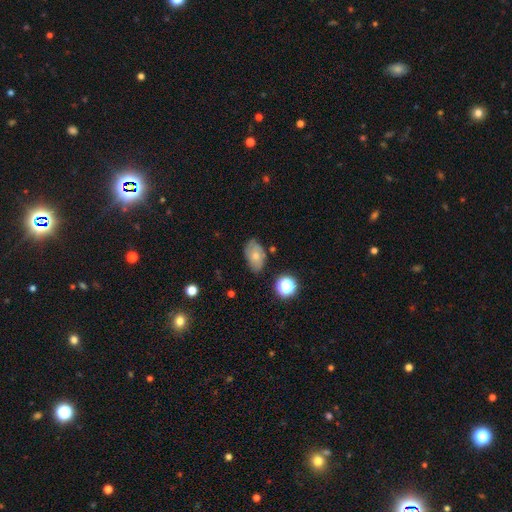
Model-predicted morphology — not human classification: type=smooth (63%); roundness=in between (86%); merging=none (68%).